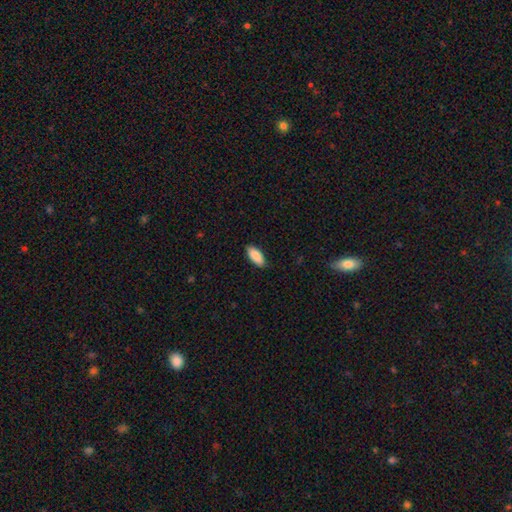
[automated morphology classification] type=smooth (89%); roundness=in between (86%); merging=none (88%).